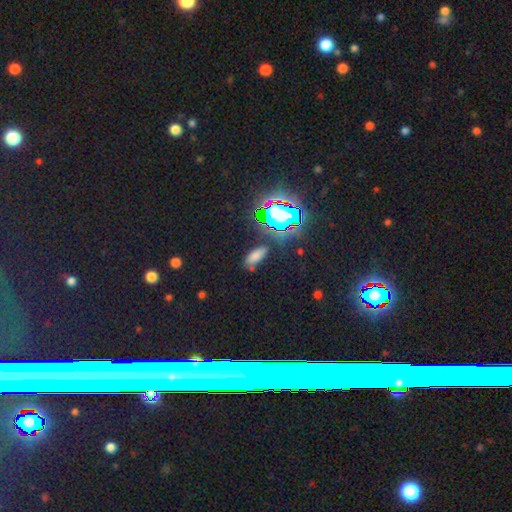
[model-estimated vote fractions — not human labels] Smooth or featured: smooth — 61% (star or artifact — 30%)
How rounded: in between — 80% (cigar-shaped — 15%)
Merging: none — 74% (minor disturbance — 16%)